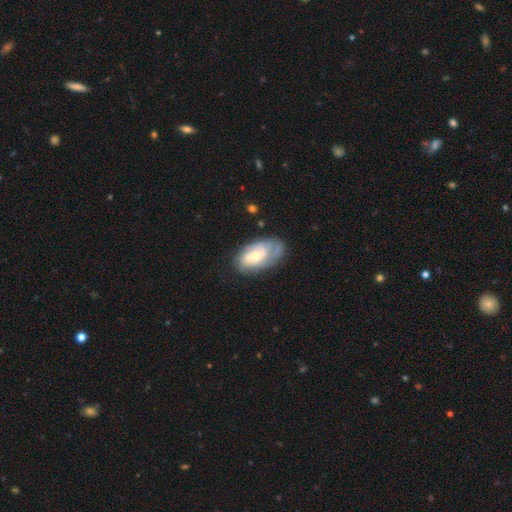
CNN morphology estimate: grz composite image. It shows a featured or disk galaxy (58%) with no bar (68%), spiral arms (73%) and a moderate central bulge (51%). Merging: none (59%).